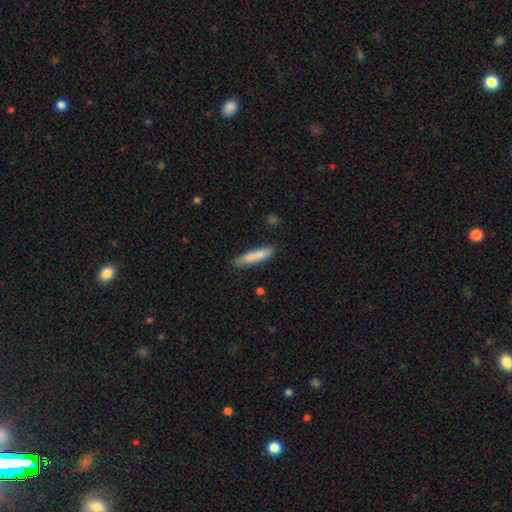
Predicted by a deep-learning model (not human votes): Q: Smooth or featured?
A: smooth (83%); runner-up: featured or disk (11%)
Q: How rounded?
A: cigar-shaped (84%); runner-up: in between (14%)
Q: Merging?
A: none (83%); runner-up: minor disturbance (13%)